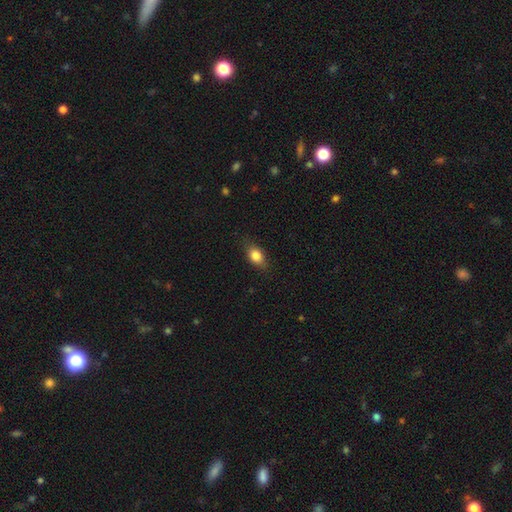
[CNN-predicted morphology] This is clearly a smooth galaxy (81%). How rounded: likely in between (75%). Merging: likely none (79%).